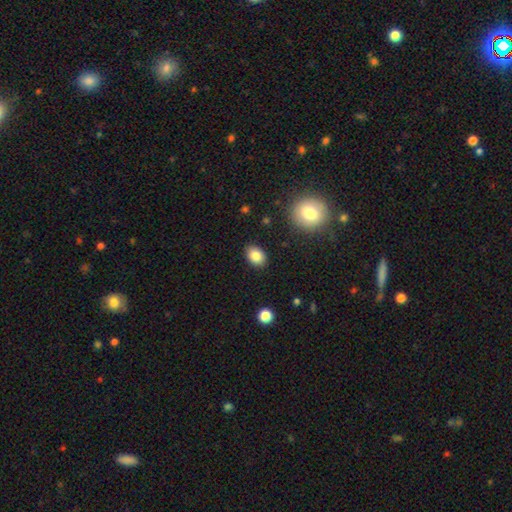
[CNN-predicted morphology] type=smooth (84%); roundness=in between (74%); merging=none (87%).